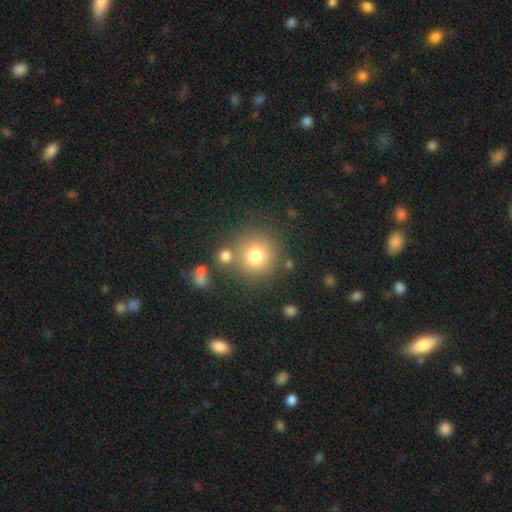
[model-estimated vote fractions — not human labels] Smooth or featured? Predicted: smooth (p=0.76). How rounded? Predicted: round (p=0.93). Merging? Predicted: none (p=0.74).